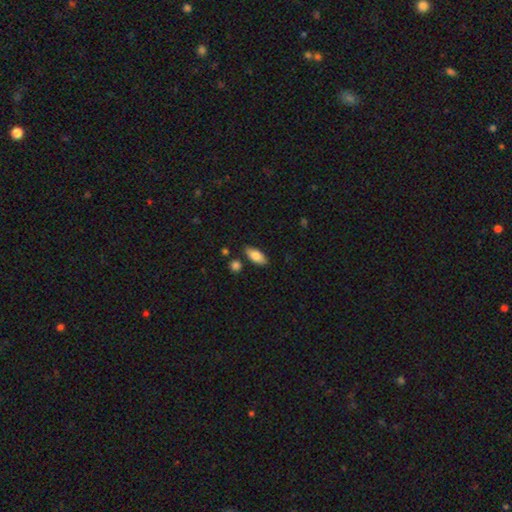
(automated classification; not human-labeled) Smooth or featured? smooth (81%)
How rounded? in between (85%)
Merging? none (82%)